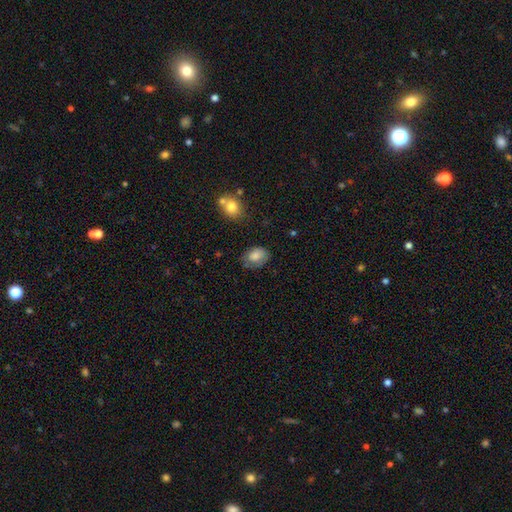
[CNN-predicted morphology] Smooth or featured? Predicted: smooth (p=0.79). How rounded? Predicted: in between (p=0.77). Merging? Predicted: none (p=0.60).